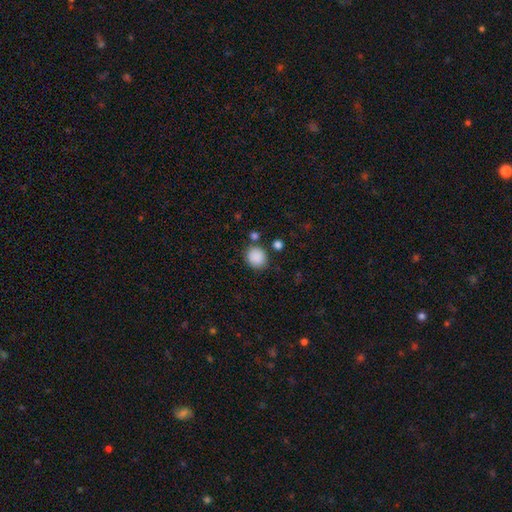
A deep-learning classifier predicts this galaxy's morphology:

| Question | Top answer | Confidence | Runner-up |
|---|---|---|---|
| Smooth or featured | smooth | 88% | star or artifact (9%) |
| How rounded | round | 81% | in between (18%) |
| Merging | none | 81% | minor disturbance (10%) |